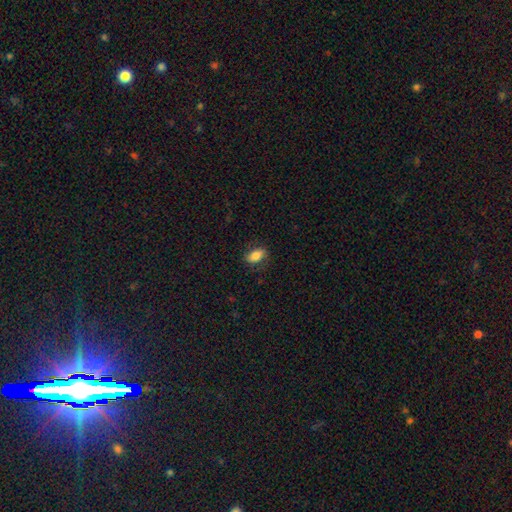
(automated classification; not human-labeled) Smooth or featured? smooth (78%)
How rounded? in between (87%)
Merging? none (78%)